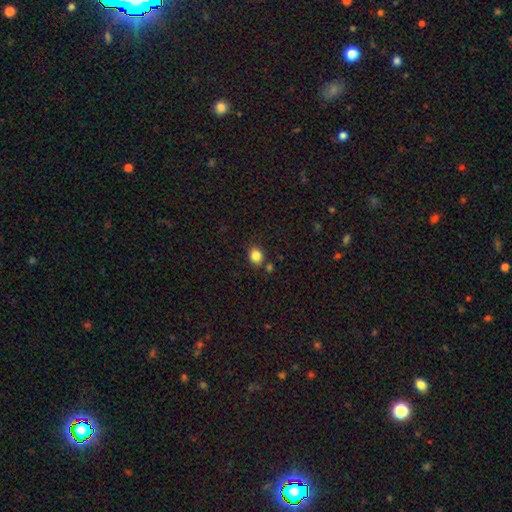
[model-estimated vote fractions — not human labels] Smooth or featured: smooth — 84% (star or artifact — 10%)
How rounded: round — 61% (in between — 38%)
Merging: none — 79% (minor disturbance — 11%)